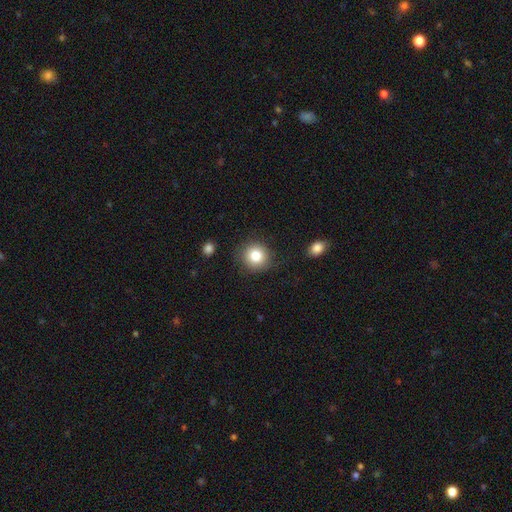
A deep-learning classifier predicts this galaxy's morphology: smooth_or_featured: smooth (p=0.80) [alt: star or artifact p=0.10]
how_rounded: round (p=0.91) [alt: in between p=0.08]
merging: none (p=0.85) [alt: minor disturbance p=0.09]